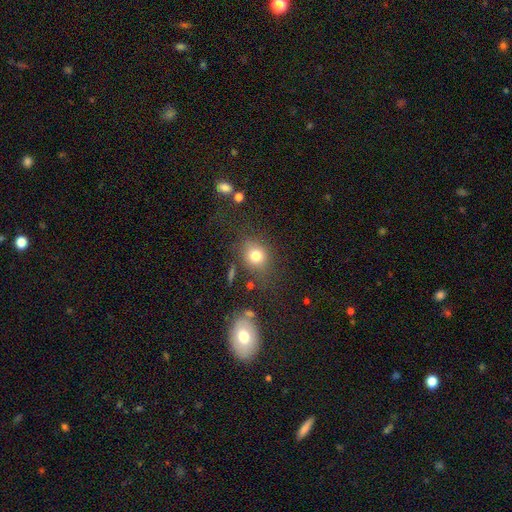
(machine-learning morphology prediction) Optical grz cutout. It shows a smooth galaxy with no disk features (78%) that is round (66%). Merging: none (70%).